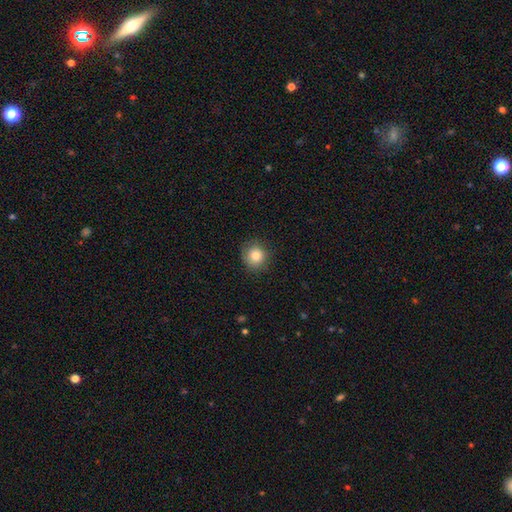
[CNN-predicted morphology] smooth-or-featured: smooth: 81% | star or artifact: 10% | featured or disk: 8%
  how-rounded: round: 90% | in between: 9% | cigar-shaped: 1%
  merging: none: 84% | minor disturbance: 12% | major disturbance: 3% | merger: 1%